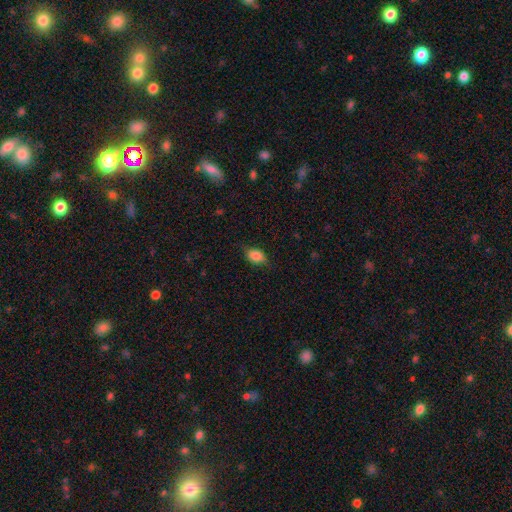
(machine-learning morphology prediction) Overall: smooth (86%). How rounded: in between (83%). Merging: none (77%).